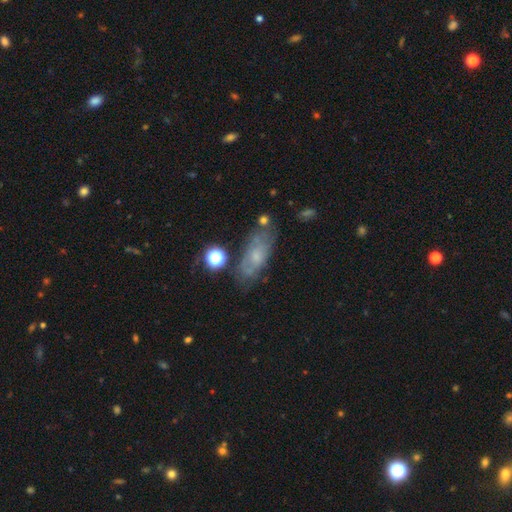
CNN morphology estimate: Smooth or featured? featured or disk (45%)
Merging? none (62%)